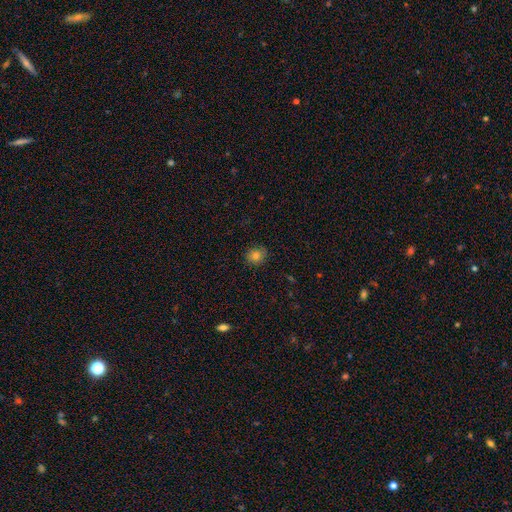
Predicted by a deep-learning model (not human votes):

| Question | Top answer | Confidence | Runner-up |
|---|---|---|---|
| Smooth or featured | smooth | 81% | star or artifact (12%) |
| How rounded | round | 76% | in between (23%) |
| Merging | none | 87% | minor disturbance (10%) |